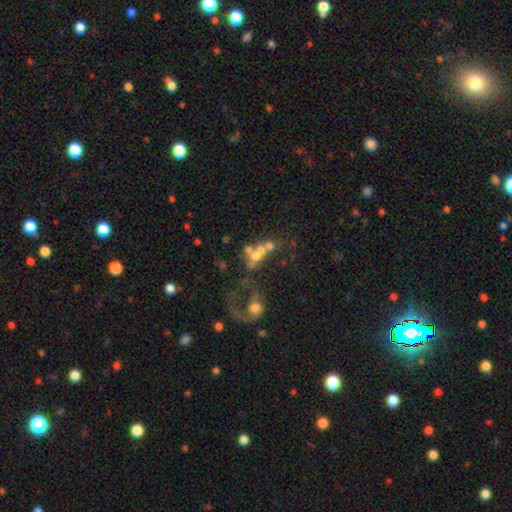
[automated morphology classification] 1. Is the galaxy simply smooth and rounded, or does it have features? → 47% featured or disk, 36% smooth, 17% star or artifact.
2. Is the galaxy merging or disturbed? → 54% merger, 19% major disturbance, 19% none, 8% minor disturbance.